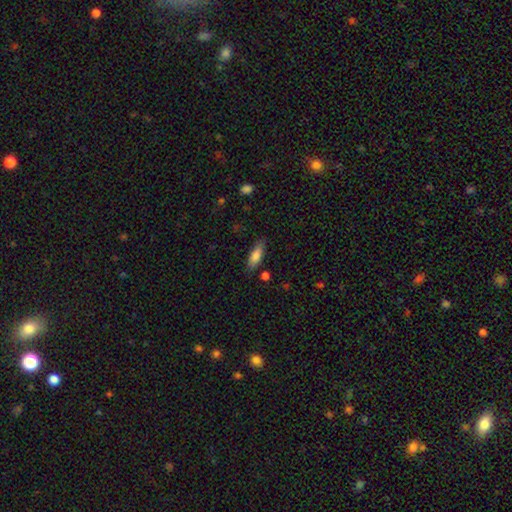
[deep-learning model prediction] smooth-or-featured: smooth: 82% | featured or disk: 12% | star or artifact: 7%
  how-rounded: in between: 61% | cigar-shaped: 37% | round: 2%
  merging: none: 78% | minor disturbance: 16% | major disturbance: 4% | merger: 3%